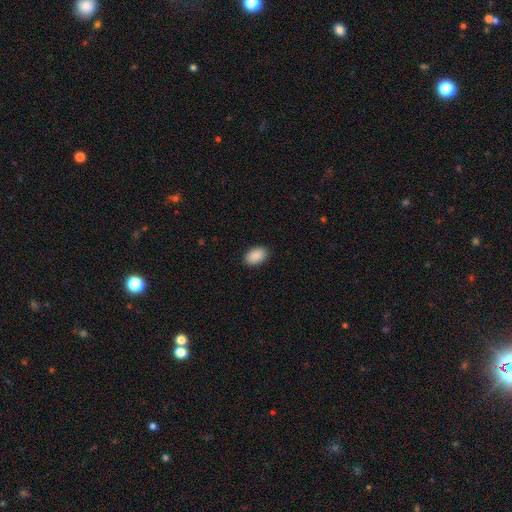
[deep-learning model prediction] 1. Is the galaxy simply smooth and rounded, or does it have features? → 91% smooth, 7% star or artifact, 2% featured or disk.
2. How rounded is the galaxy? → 89% in between, 10% round, 1% cigar-shaped.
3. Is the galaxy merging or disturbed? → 90% none, 7% minor disturbance, 2% major disturbance, 1% merger.